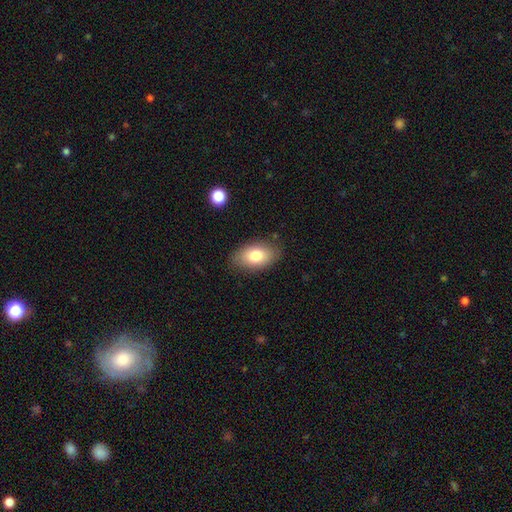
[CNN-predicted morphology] Q: Smooth or featured?
A: smooth (79%); runner-up: featured or disk (14%)
Q: How rounded?
A: in between (91%); runner-up: round (7%)
Q: Merging?
A: none (83%); runner-up: minor disturbance (13%)